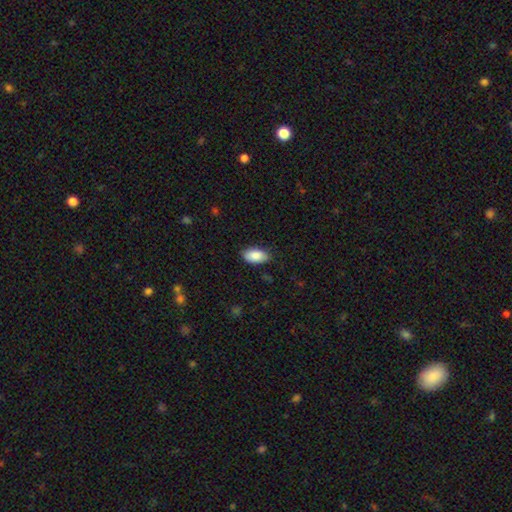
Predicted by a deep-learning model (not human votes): This appears to be a smooth galaxy with no disk features (87%) that is in between round and cigar-shaped (94%). Merging: none (83%).